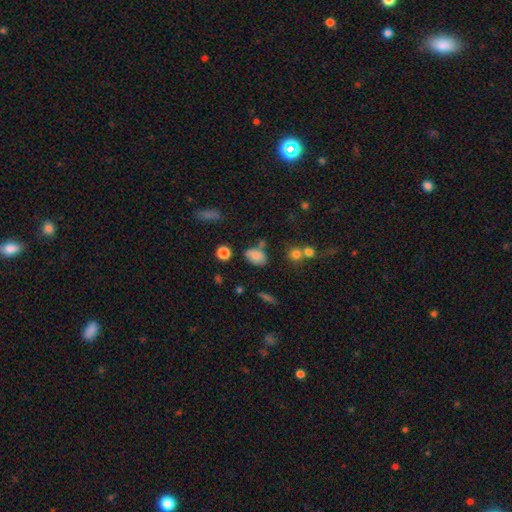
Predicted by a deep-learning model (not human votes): Morphology: type=smooth (77%); roundness=in between (82%); merging=none (63%).